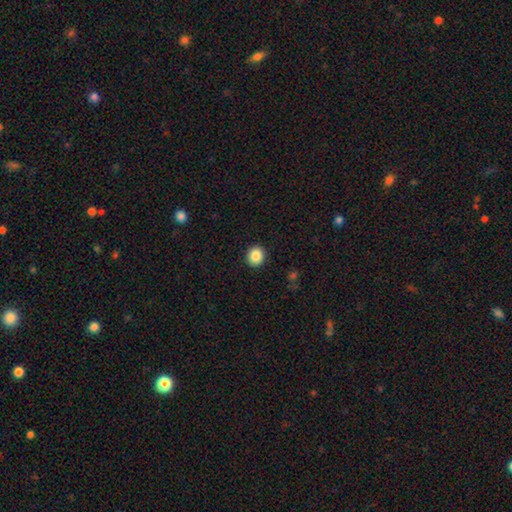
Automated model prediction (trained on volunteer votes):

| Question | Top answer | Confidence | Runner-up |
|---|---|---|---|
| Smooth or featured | smooth | 87% | star or artifact (9%) |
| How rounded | round | 83% | in between (16%) |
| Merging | none | 92% | minor disturbance (5%) |